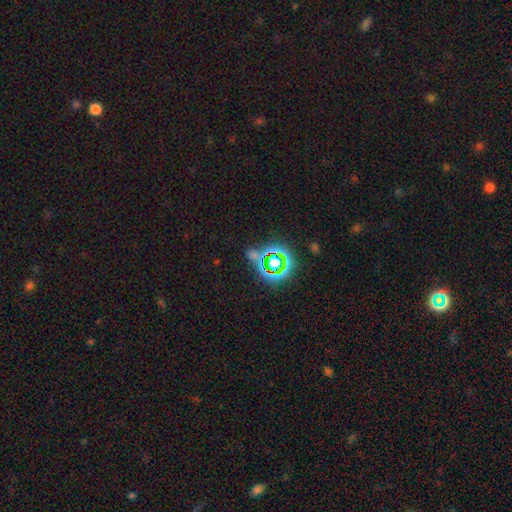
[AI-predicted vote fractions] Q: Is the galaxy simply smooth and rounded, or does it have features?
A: star or artifact — 72%.